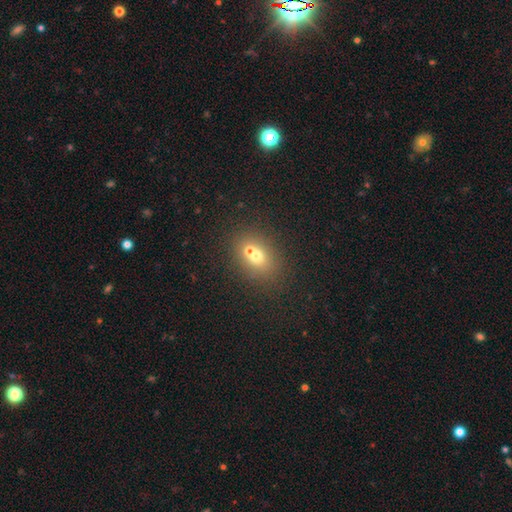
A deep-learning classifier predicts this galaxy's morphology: smooth 64%, featured or disk 22%, star or artifact 15%. Down the decision tree: how rounded — round (56%); merging — merger (52%).